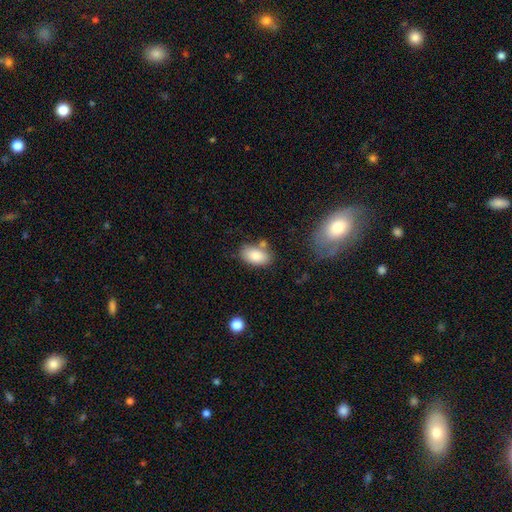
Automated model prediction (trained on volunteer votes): Smooth or featured: smooth — 84% (featured or disk — 9%)
How rounded: in between — 93% (round — 5%)
Merging: none — 68% (minor disturbance — 16%)